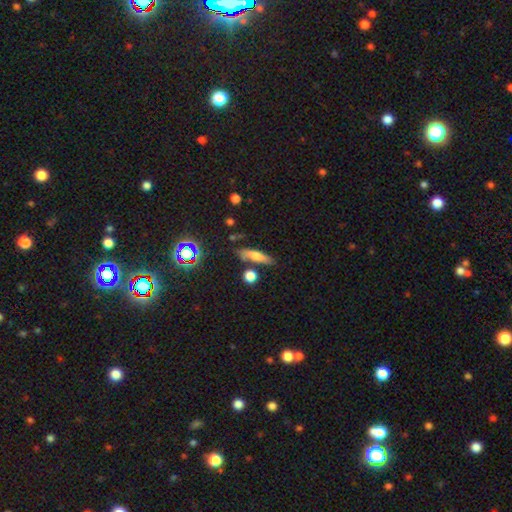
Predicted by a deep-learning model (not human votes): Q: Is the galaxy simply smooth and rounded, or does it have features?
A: smooth — 62%.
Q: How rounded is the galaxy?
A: cigar-shaped — 65%.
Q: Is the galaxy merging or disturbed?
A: none — 68%.